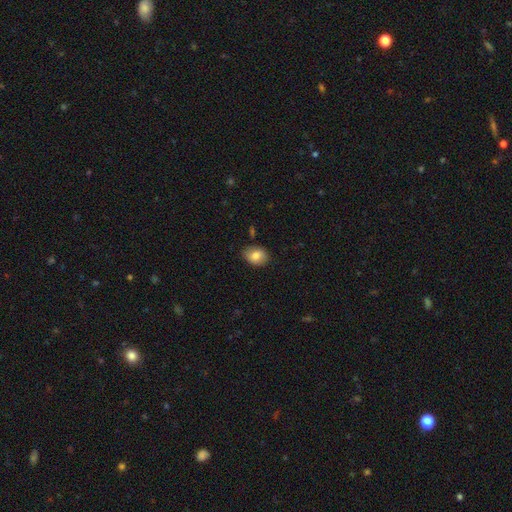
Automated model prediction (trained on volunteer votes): Overall: smooth (82%). How rounded: in between (70%). Merging: none (81%).